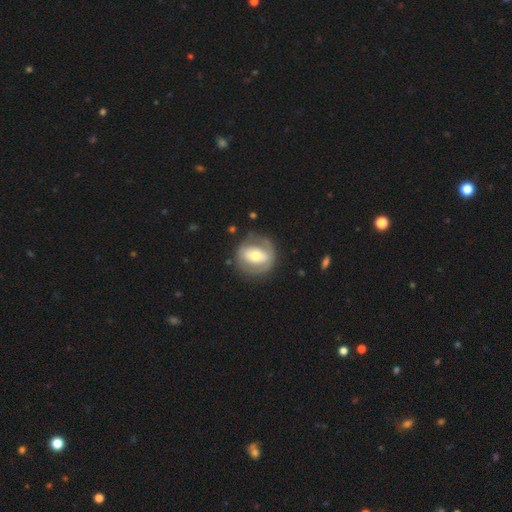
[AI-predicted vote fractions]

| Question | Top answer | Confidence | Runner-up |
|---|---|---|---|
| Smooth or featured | featured or disk | 58% | smooth (37%) |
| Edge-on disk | no | 95% | yes (5%) |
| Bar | no | 36% | strong (34%) |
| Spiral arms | no | 61% | yes (39%) |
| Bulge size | moderate | 67% | small (16%) |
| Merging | none | 73% | minor disturbance (16%) |